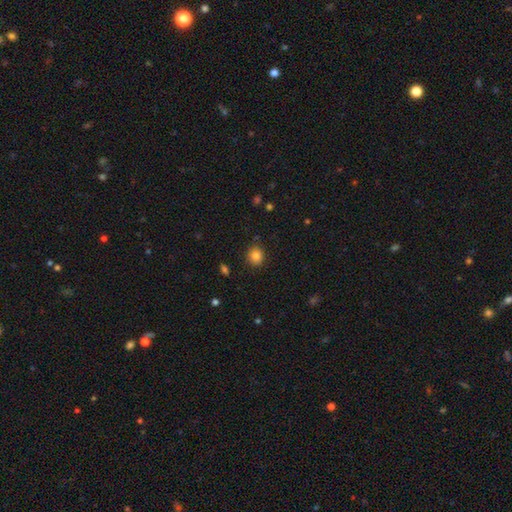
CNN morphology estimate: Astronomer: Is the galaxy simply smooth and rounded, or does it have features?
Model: smooth — 84%.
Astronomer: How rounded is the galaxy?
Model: round — 77%.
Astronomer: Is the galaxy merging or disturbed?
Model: none — 86%.